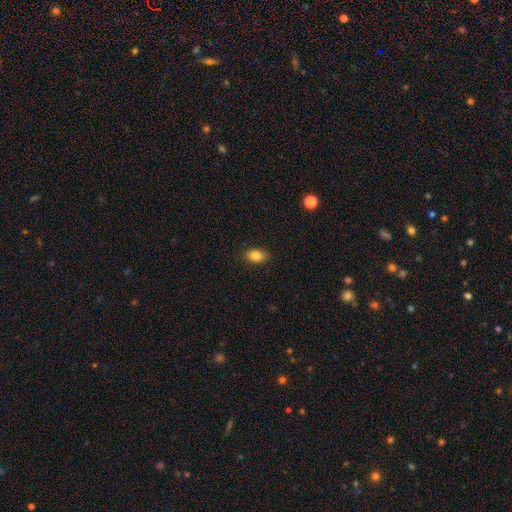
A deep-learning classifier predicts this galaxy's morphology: A smooth galaxy with no disk features (85%) that is in between round and cigar-shaped (85%).

Vote fractions:
- Smooth or featured? smooth: 85% / star or artifact: 9% / featured or disk: 6%
- How rounded? in between: 85% / round: 14% / cigar-shaped: 2%
- Merging? none: 88% / minor disturbance: 9% / major disturbance: 2% / merger: 1%